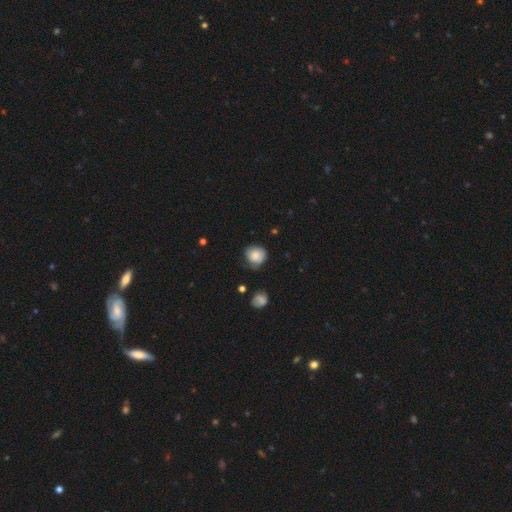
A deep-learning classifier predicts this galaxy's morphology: The model was most divided on "merging": none: 53%, minor disturbance: 33%, major disturbance: 11%, merger: 3%. More confident: smooth or featured — smooth (79%); how rounded — round (78%).